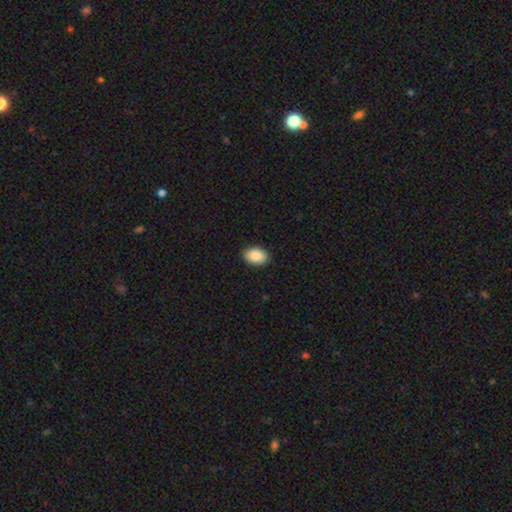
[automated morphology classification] smooth_or_featured: smooth (p=0.90) [alt: star or artifact p=0.07]
how_rounded: in between (p=0.89) [alt: round p=0.10]
merging: none (p=0.90) [alt: minor disturbance p=0.07]